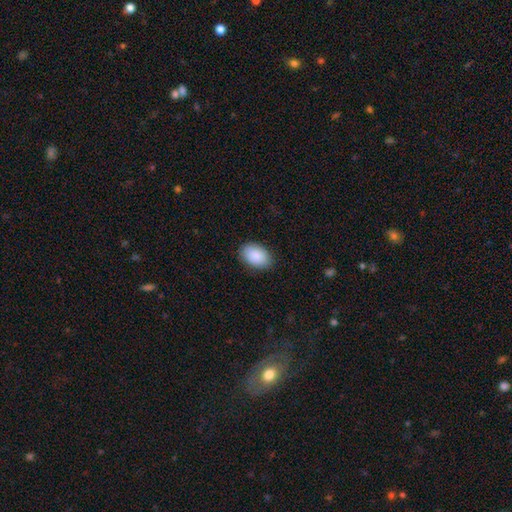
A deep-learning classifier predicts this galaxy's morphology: A smooth galaxy with no disk features (89%) that is in between round and cigar-shaped (90%). Merging: none (88%).